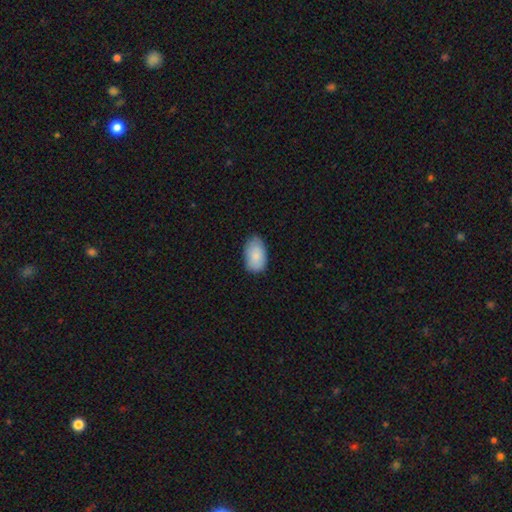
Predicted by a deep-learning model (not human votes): smooth-or-featured: smooth: 87% | featured or disk: 7% | star or artifact: 6%
  how-rounded: in between: 93% | round: 6% | cigar-shaped: 1%
  merging: none: 80% | minor disturbance: 17% | major disturbance: 3% | merger: 1%